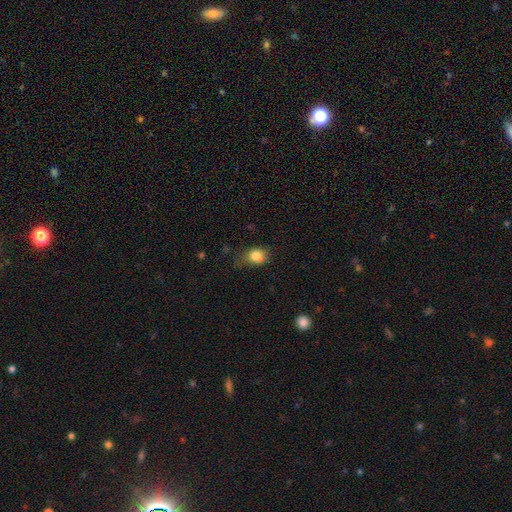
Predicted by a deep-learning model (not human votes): Overall: smooth (83%). How rounded: round (54%; in between 45%). Merging: none (55%; minor disturbance 31%).